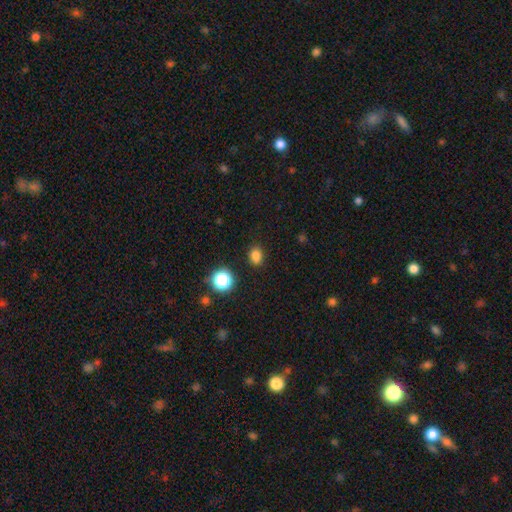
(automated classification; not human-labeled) Smooth or featured?
  - smooth: 79% *
  - star or artifact: 17%
  - featured or disk: 4%
How rounded?
  - in between: 57% *
  - round: 42%
  - cigar-shaped: 1%
Merging?
  - none: 82% *
  - minor disturbance: 12%
  - major disturbance: 3%
  - merger: 3%